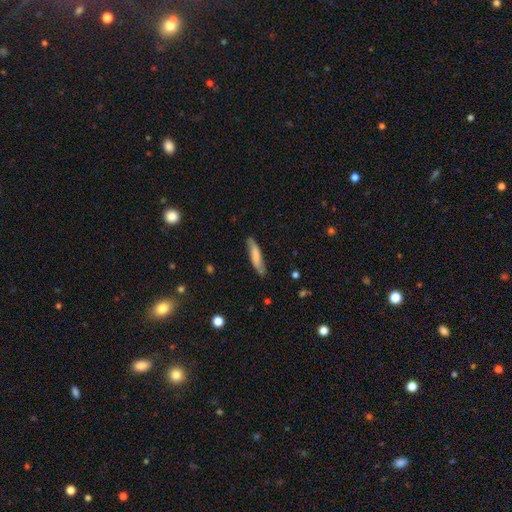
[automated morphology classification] Smooth or featured: smooth — 66% (featured or disk — 28%)
How rounded: cigar-shaped — 81% (in between — 18%)
Merging: none — 76% (minor disturbance — 18%)